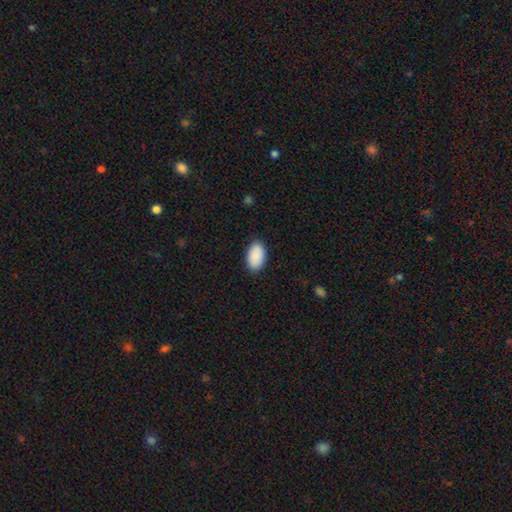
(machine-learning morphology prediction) Overall: smooth (91%). How rounded: in between (95%). Merging: none (88%).